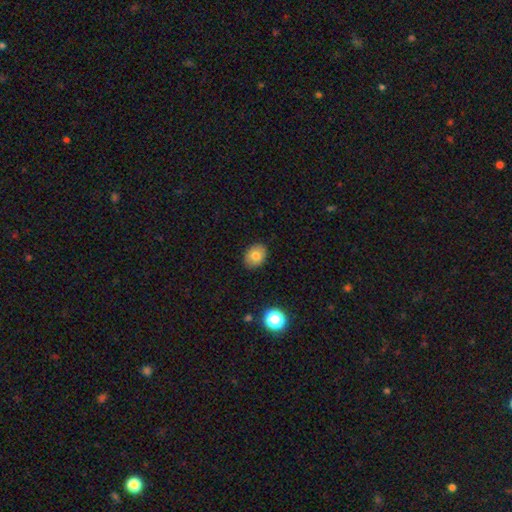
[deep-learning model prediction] Smooth or featured? Predicted: smooth (p=0.79). How rounded? Predicted: in between (p=0.58). Merging? Predicted: none (p=0.87).